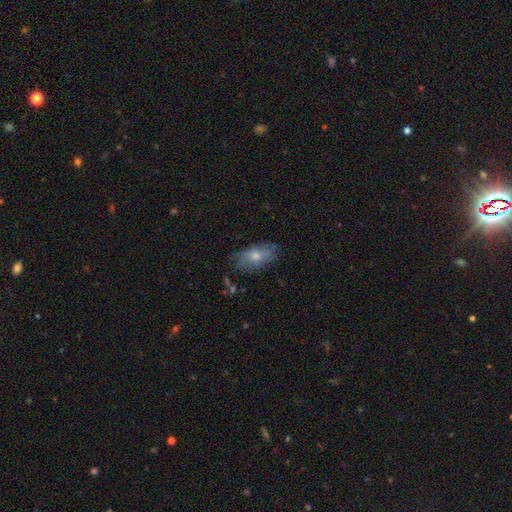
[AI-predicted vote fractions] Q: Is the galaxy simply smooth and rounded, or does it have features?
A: smooth — 48%.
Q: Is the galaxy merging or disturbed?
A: none — 70%.